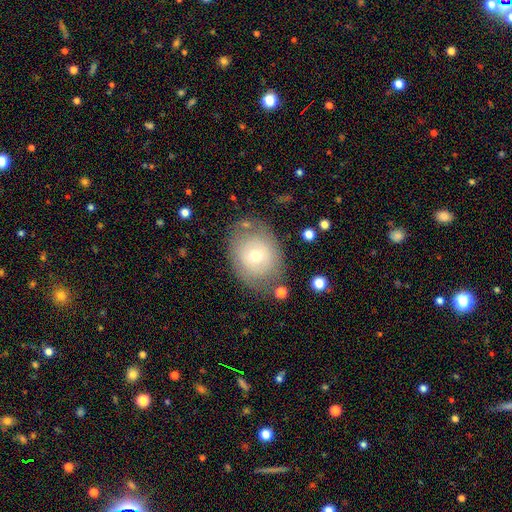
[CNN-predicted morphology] Smooth or featured? smooth (52%)
How rounded? in between (58%)
Merging? none (72%)